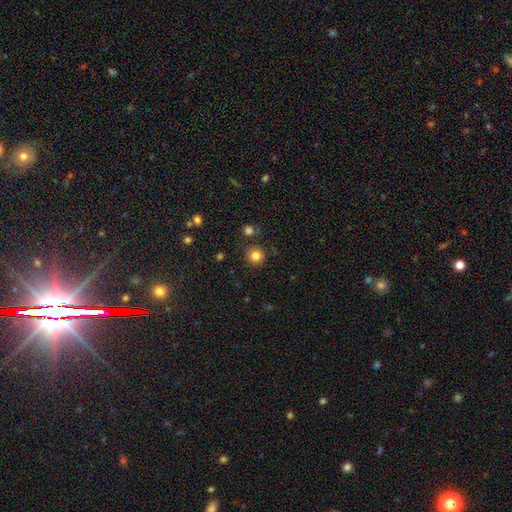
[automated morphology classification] Smooth or featured: smooth — 83% (star or artifact — 12%)
How rounded: round — 93% (in between — 6%)
Merging: none — 86% (minor disturbance — 8%)